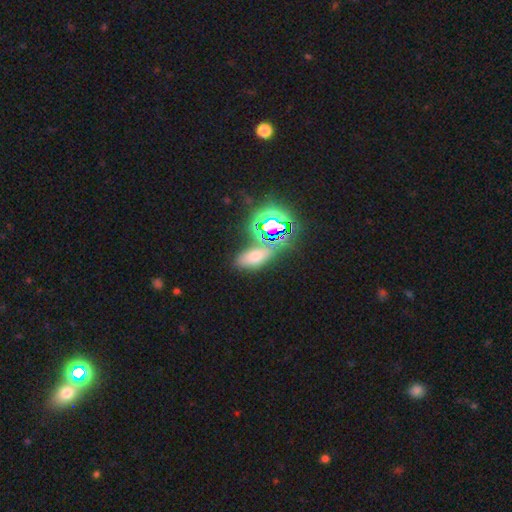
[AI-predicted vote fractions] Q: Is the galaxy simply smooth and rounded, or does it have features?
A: smooth — 45%.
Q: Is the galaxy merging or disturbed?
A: none — 72%.